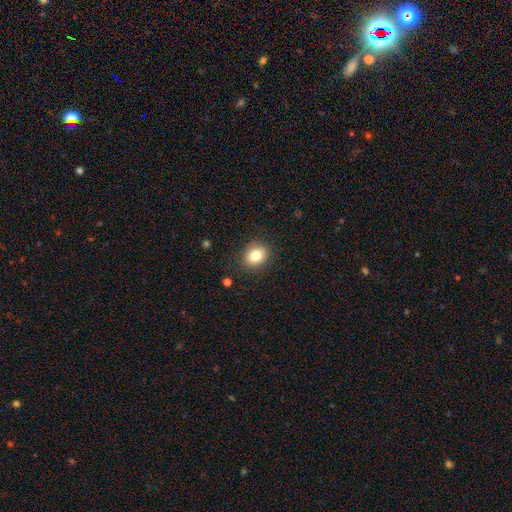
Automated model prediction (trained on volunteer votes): Smooth or featured? smooth (82%)
How rounded? round (55%)
Merging? none (87%)